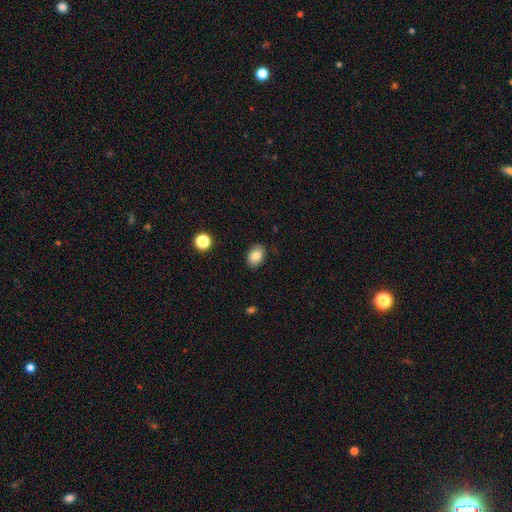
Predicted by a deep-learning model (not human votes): Smooth or featured: smooth — 84% (star or artifact — 9%)
How rounded: in between — 77% (round — 22%)
Merging: none — 86% (minor disturbance — 10%)